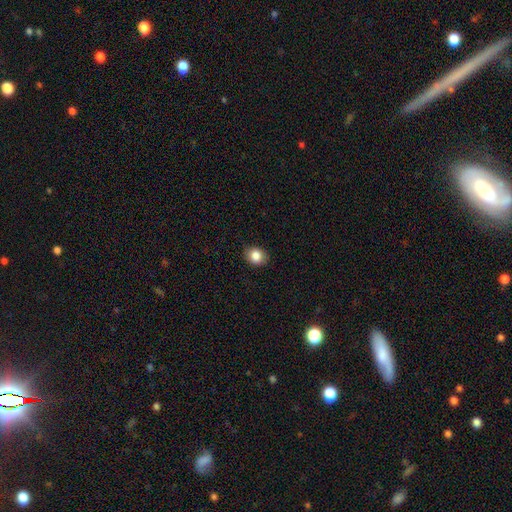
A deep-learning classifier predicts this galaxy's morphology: Q: Smooth or featured?
A: smooth (85%); runner-up: star or artifact (9%)
Q: How rounded?
A: in between (51%); runner-up: round (48%)
Q: Merging?
A: none (85%); runner-up: minor disturbance (11%)